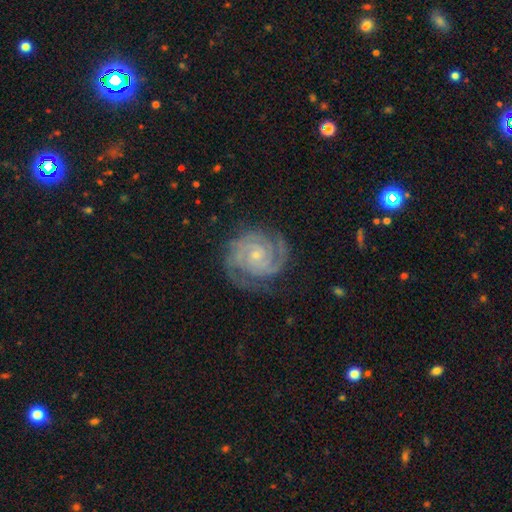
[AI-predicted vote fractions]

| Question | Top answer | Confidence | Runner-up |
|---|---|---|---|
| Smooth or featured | featured or disk | 91% | star or artifact (5%) |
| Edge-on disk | no | 98% | yes (2%) |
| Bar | no | 70% | weak (23%) |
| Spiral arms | yes | 98% | no (2%) |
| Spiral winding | tight | 76% | medium (21%) |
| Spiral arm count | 2 | 61% | 3 (18%) |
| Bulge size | small | 77% | moderate (18%) |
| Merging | none | 77% | minor disturbance (16%) |